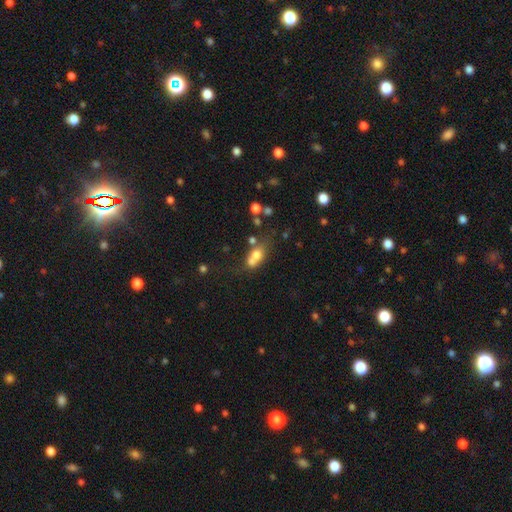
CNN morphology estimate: type=smooth (65%); roundness=in between (57%); merging=merger (51%).